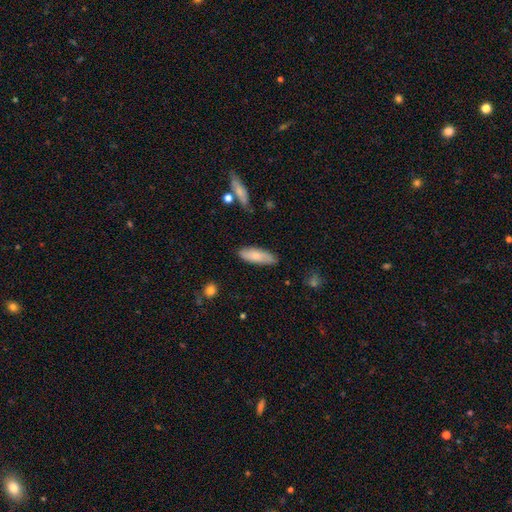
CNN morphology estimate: type=smooth (74%); roundness=in between (62%); merging=none (78%).